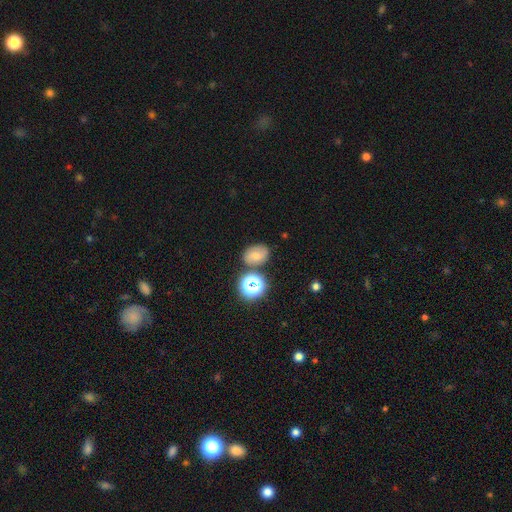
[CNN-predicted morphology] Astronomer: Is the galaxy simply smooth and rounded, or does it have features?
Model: smooth — 61%.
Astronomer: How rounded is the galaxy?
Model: in between — 58% (runner-up: round, 41%).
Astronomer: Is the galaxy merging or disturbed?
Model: none — 71%.